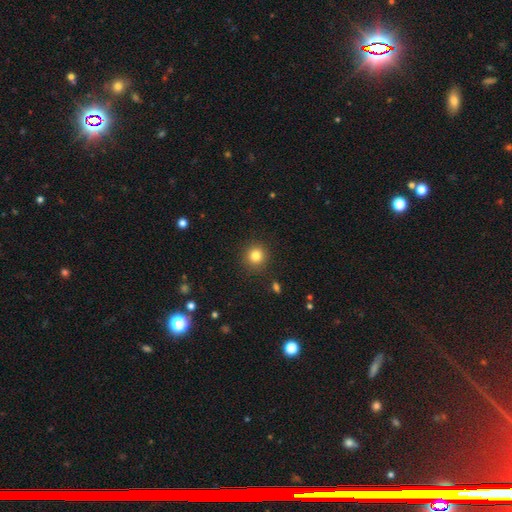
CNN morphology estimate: The model was most divided on "smooth or featured": smooth: 82%, star or artifact: 12%, featured or disk: 6%. More confident: how rounded — round (92%); merging — none (89%).